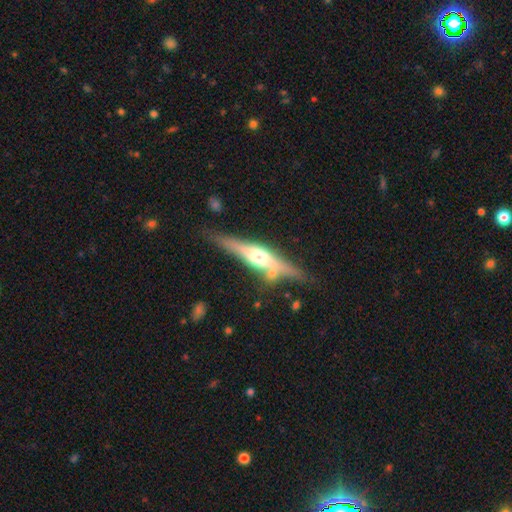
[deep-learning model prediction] This is likely a featured or disk galaxy (78%). It is clearly viewed edge-on (97%). Edge-on bulge: clearly rounded (88%). Merging: likely none (75%).